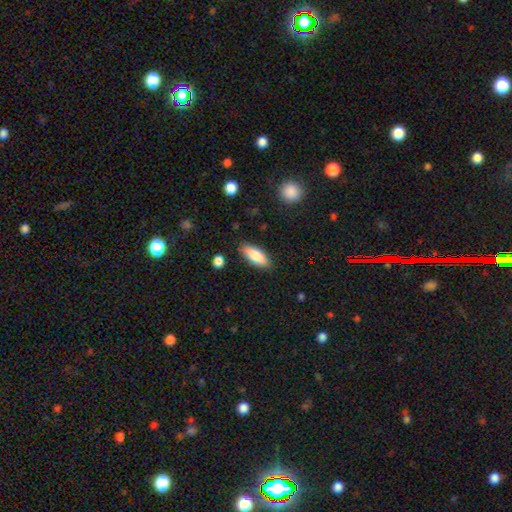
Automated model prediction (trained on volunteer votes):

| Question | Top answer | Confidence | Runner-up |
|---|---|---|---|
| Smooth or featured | smooth | 80% | featured or disk (13%) |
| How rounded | in between | 74% | cigar-shaped (24%) |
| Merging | none | 84% | minor disturbance (12%) |